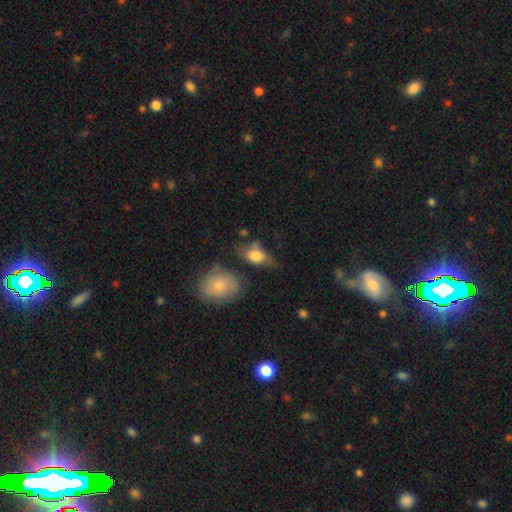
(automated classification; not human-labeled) Smooth or featured: smooth — 65% (featured or disk — 27%)
How rounded: in between — 81% (round — 15%)
Merging: none — 39% (minor disturbance — 30%)